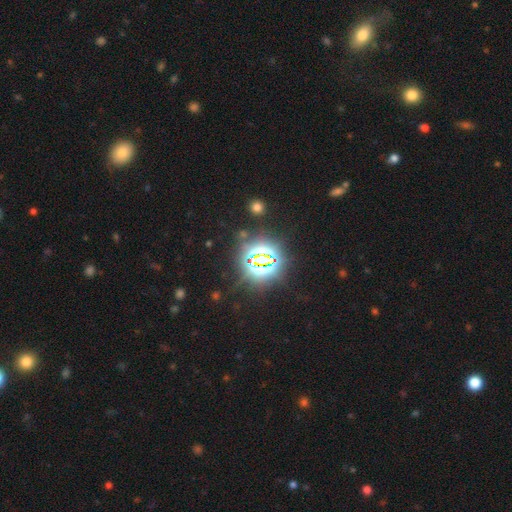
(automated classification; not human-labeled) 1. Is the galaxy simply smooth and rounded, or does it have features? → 79% star or artifact, 13% smooth, 9% featured or disk.